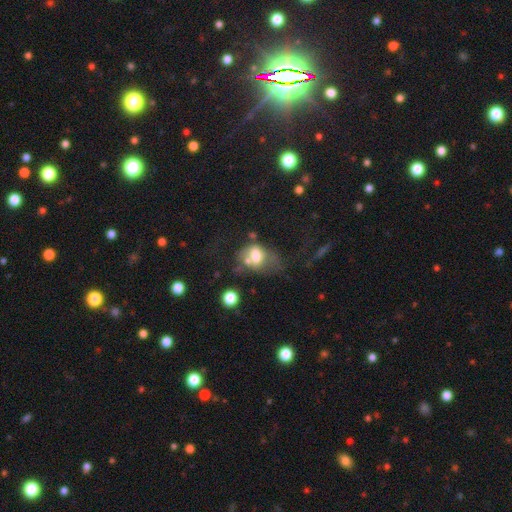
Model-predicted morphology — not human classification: smooth_or_featured: smooth (p=0.59) [alt: featured or disk p=0.30]
how_rounded: in between (p=0.70) [alt: round p=0.29]
merging: merger (p=0.33) [alt: major disturbance p=0.31]